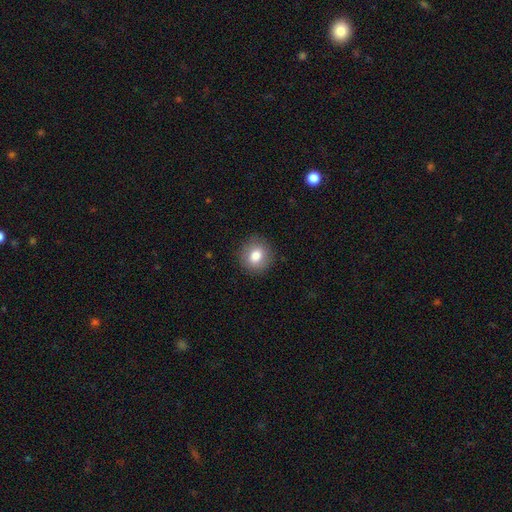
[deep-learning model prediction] The model was most divided on "how rounded": round: 81%, in between: 18%, cigar-shaped: 1%. More confident: merging — none (89%); smooth or featured — smooth (81%).